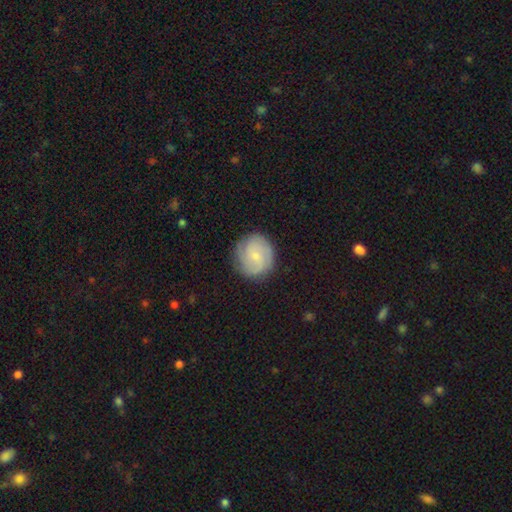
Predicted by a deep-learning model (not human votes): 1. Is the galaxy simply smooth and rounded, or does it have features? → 61% featured or disk, 33% smooth, 6% star or artifact.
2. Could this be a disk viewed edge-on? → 98% no, 2% yes.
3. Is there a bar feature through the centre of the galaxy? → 52% no, 42% weak, 6% strong.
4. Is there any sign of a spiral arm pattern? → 93% yes, 7% no.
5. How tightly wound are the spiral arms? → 49% tight, 40% medium, 12% loose.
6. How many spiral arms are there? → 37% 2, 25% 3, 24% can't tell, 5% 4, 5% 1, 4% more than 4.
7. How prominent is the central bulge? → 64% small, 26% moderate, 7% none, 2% large, 1% dominant.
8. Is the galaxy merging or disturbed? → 83% none, 12% minor disturbance, 4% major disturbance, 1% merger.